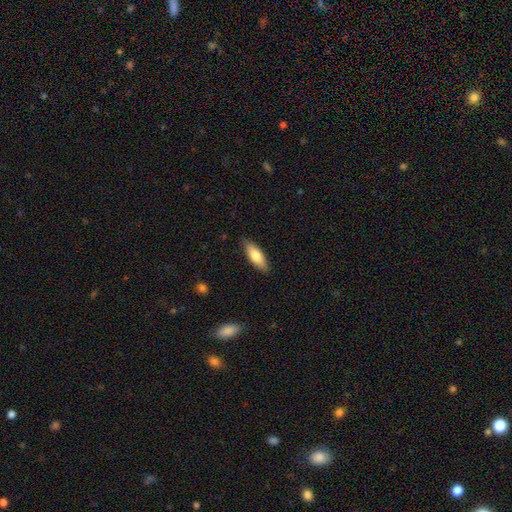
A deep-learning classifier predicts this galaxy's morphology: smooth-or-featured: smooth: 75% | featured or disk: 19% | star or artifact: 6%
  how-rounded: in between: 59% | cigar-shaped: 39% | round: 2%
  merging: none: 87% | minor disturbance: 10% | major disturbance: 2% | merger: 1%